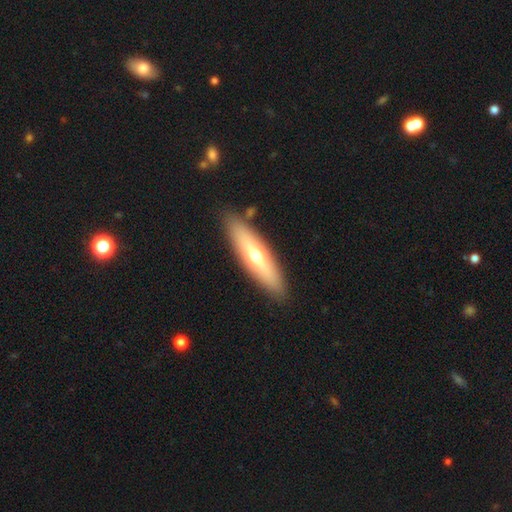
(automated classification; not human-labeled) Morphology: type=smooth (50%); roundness=cigar-shaped (69%); merging=none (88%).